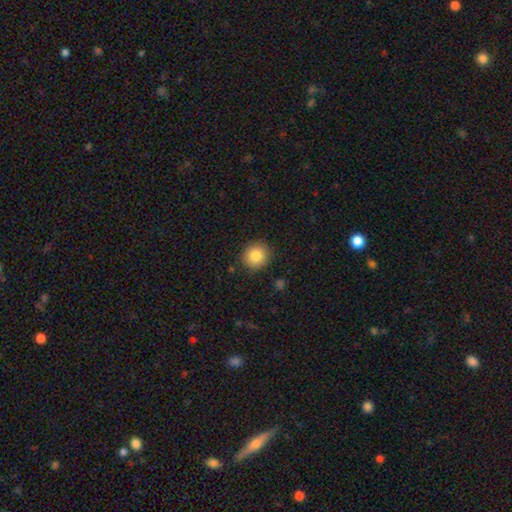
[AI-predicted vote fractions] Smooth or featured? Predicted: smooth (p=0.84). How rounded? Predicted: round (p=0.87). Merging? Predicted: none (p=0.89).